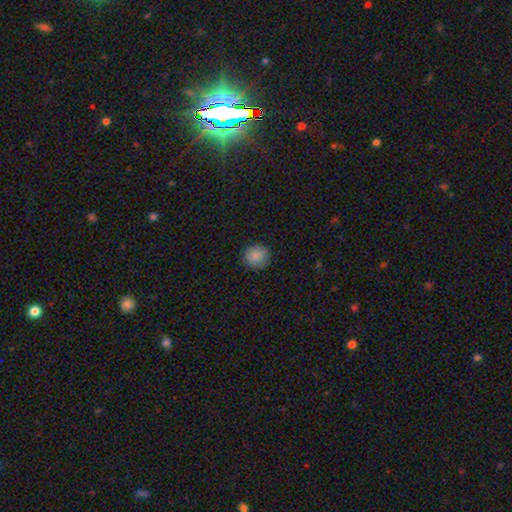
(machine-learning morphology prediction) This is clearly a smooth galaxy (87%). How rounded: clearly round (89%). Merging: clearly none (87%).